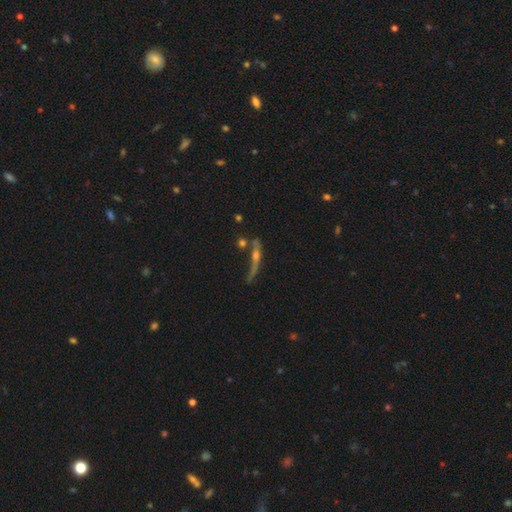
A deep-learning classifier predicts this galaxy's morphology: featured or disk 65%, smooth 23%, star or artifact 12%. Down the decision tree: edge-on disk — yes (83%); edge-on bulge — rounded (81%); merging — none (46%).